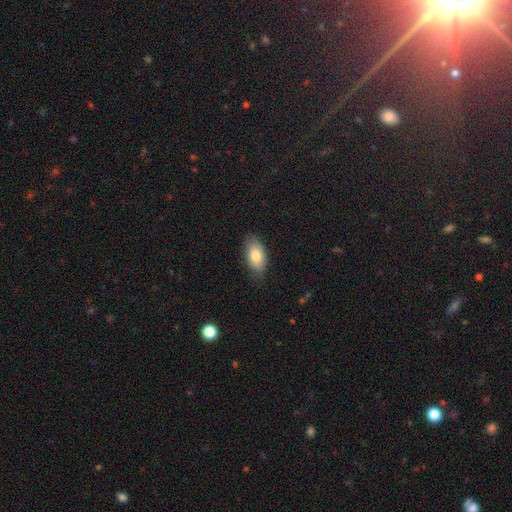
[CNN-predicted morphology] Smooth or featured?
  - smooth: 79% *
  - featured or disk: 14%
  - star or artifact: 7%
How rounded?
  - in between: 92% *
  - round: 4%
  - cigar-shaped: 4%
Merging?
  - none: 78% *
  - minor disturbance: 18%
  - major disturbance: 3%
  - merger: 1%